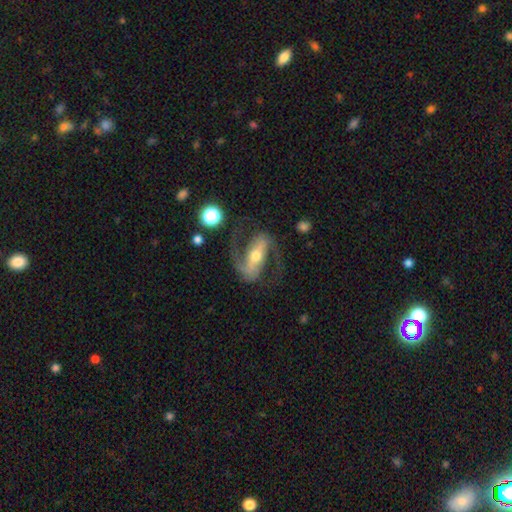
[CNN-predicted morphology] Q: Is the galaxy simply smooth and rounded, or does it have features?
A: featured or disk — 89%.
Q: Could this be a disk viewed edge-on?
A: no — 95%.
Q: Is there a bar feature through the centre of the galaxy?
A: strong — 64%.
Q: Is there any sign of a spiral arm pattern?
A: yes — 96%.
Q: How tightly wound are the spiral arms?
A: medium — 53%.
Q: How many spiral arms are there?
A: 2 — 92%.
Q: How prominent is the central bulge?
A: moderate — 58%.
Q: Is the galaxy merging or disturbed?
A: none — 75%.